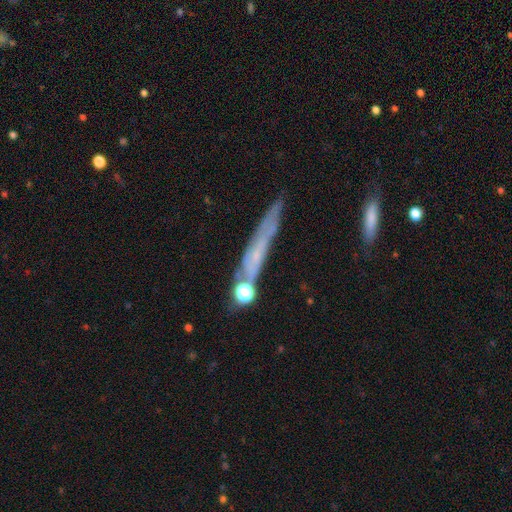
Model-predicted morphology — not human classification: featured or disk 47%, smooth 41%, star or artifact 13%. Down the decision tree: merging — none (69%).